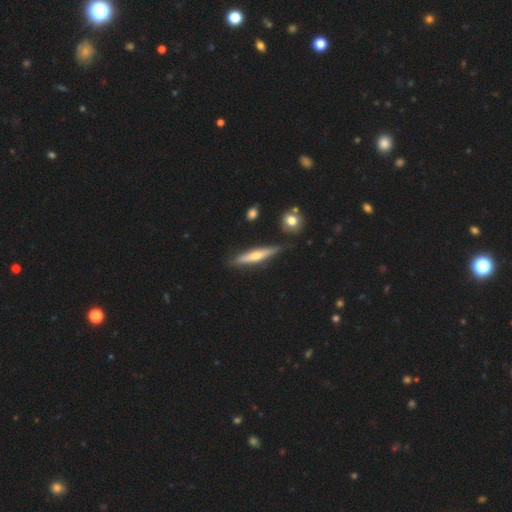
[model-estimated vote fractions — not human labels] A featured or disk galaxy (57%) viewed edge-on (94%) with a rounded central bulge (81%). Merging: none (84%).